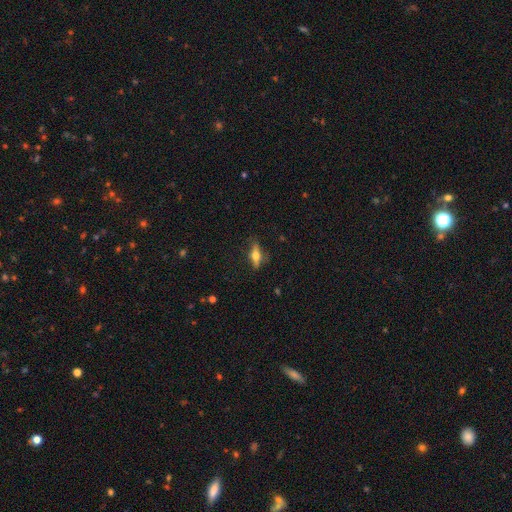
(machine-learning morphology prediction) A featured or disk galaxy (50%) viewed edge-on (89%). Merging: none (75%).